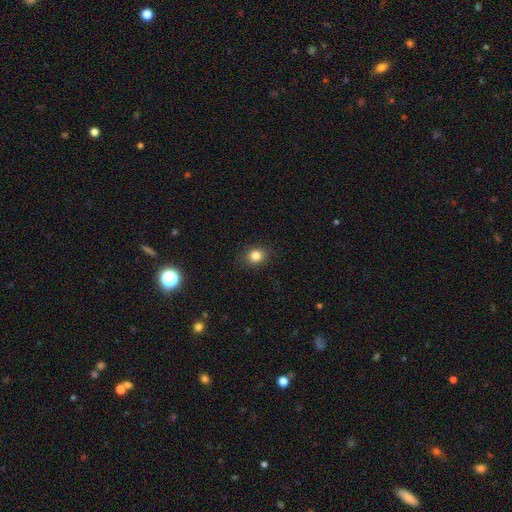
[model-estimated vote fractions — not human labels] smooth 82%, star or artifact 12%, featured or disk 6%. Down the decision tree: how rounded — round (64%); merging — none (88%).